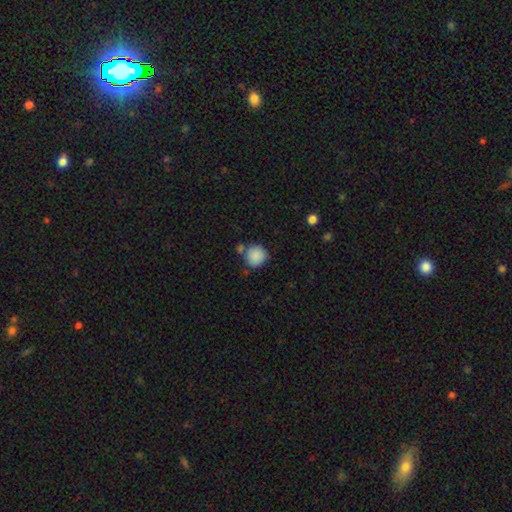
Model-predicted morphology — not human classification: smooth-or-featured: smooth: 88% | star or artifact: 8% | featured or disk: 4%
  how-rounded: round: 90% | in between: 9% | cigar-shaped: 1%
  merging: none: 67% | merger: 15% | minor disturbance: 14% | major disturbance: 4%